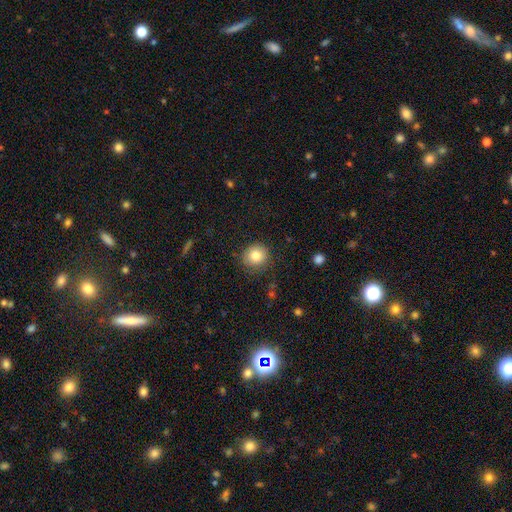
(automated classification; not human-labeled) This appears to be a smooth galaxy with no disk features (83%) that is round (89%). Merging: none (86%).